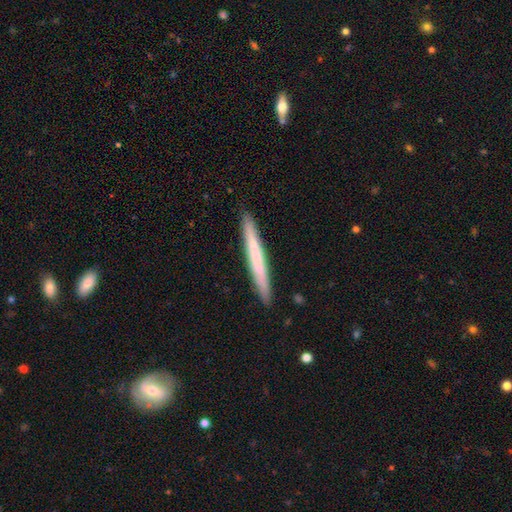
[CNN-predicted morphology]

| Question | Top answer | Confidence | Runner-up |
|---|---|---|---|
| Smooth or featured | smooth | 55% | featured or disk (40%) |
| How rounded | cigar-shaped | 97% | in between (2%) |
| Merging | none | 91% | minor disturbance (6%) |